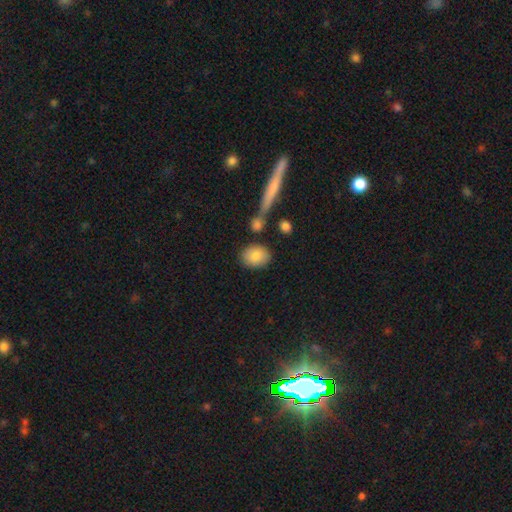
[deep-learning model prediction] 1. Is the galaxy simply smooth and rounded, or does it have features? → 83% smooth, 10% featured or disk, 7% star or artifact.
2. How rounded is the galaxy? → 59% in between, 38% round, 2% cigar-shaped.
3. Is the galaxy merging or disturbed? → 79% none, 10% minor disturbance, 7% merger, 3% major disturbance.